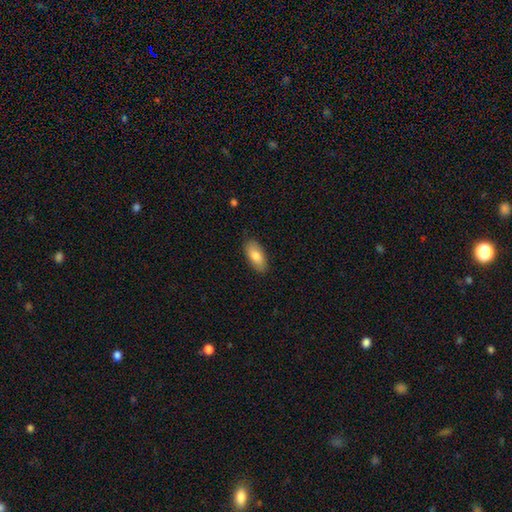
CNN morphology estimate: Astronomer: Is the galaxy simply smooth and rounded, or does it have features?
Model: smooth — 81%.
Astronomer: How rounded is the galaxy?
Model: in between — 88%.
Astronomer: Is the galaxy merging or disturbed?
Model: none — 85%.